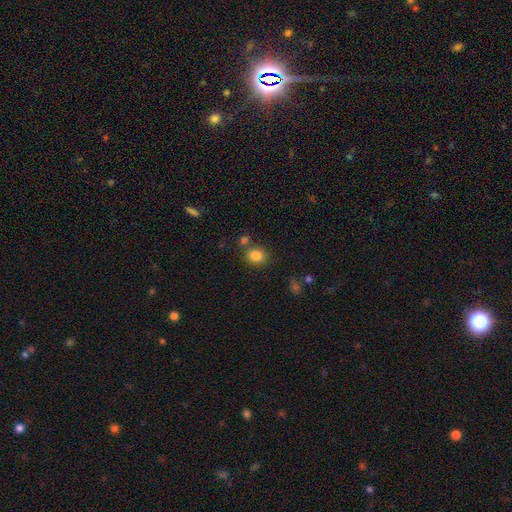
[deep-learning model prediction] This is clearly a smooth galaxy (84%). How rounded: likely round (71%). Merging: likely none (76%).